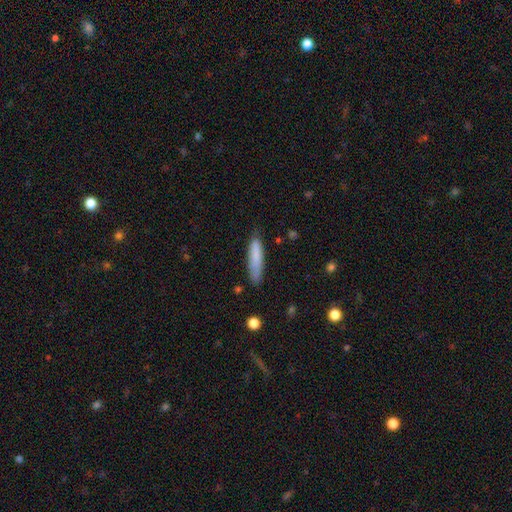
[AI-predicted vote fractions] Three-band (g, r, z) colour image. It shows a smooth galaxy with no disk features (80%) that is cigar-shaped (82%). Merging: none (74%).